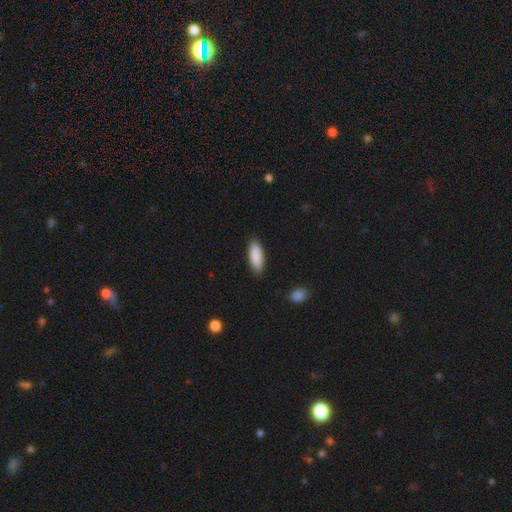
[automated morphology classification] smooth 89%, star or artifact 6%, featured or disk 5%. Down the decision tree: how rounded — in between (66%); merging — none (87%).